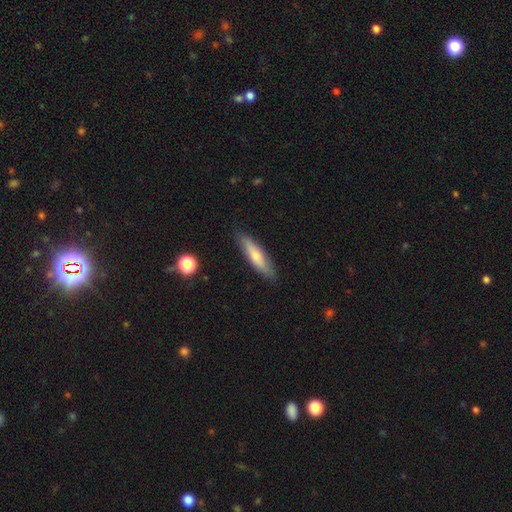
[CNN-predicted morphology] This is likely a smooth galaxy (63%). How rounded: likely cigar-shaped (77%). Merging: clearly none (86%).